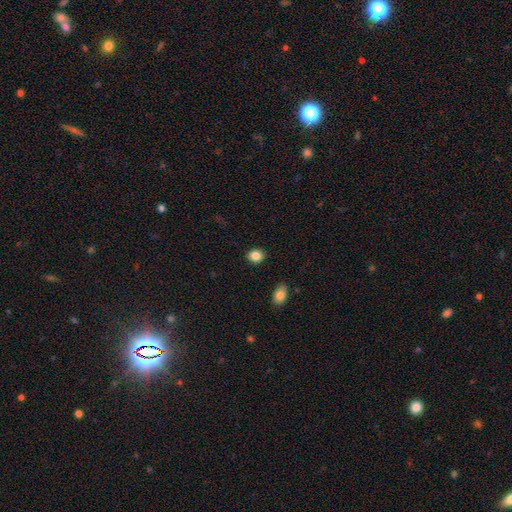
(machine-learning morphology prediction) type=smooth (86%); roundness=round (58%); merging=none (89%).